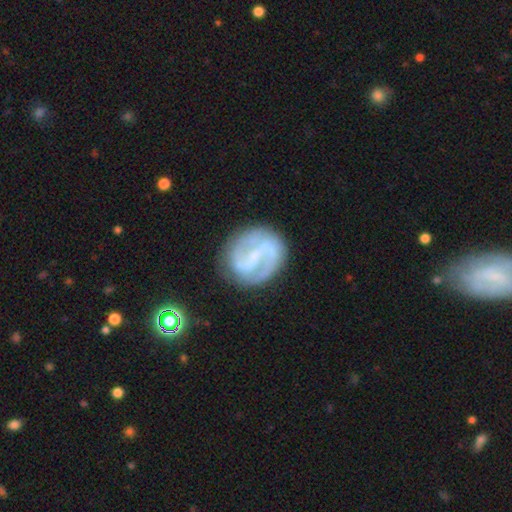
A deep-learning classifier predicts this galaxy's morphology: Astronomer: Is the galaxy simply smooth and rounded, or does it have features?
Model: featured or disk — 83%.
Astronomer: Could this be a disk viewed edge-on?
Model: no — 97%.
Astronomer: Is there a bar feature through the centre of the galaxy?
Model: strong — 59%.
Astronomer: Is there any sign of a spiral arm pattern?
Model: yes — 89%.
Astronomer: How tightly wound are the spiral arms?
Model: medium — 43% (runner-up: loose, 30%).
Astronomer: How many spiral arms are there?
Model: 2 — 86%.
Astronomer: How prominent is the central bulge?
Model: small — 47% (runner-up: none, 40%).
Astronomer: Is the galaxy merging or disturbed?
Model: none — 78%.